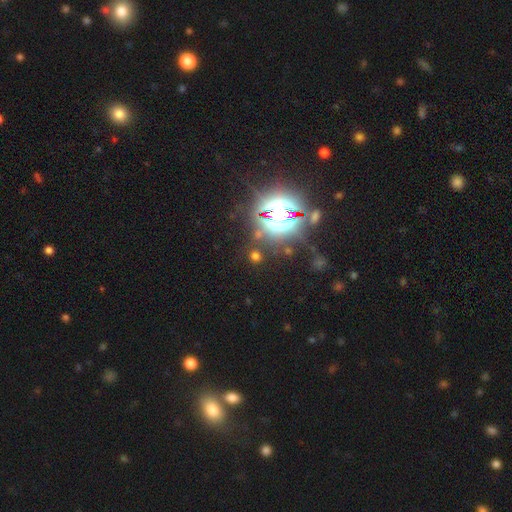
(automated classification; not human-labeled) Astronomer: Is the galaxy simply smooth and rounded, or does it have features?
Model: star or artifact — 65%.